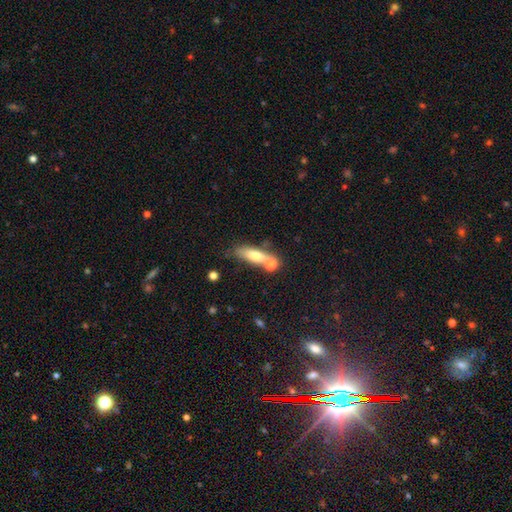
Overall: smooth (77%). How rounded: in between (57%; cigar-shaped 43%). Merging: none (46%; merger 40%).